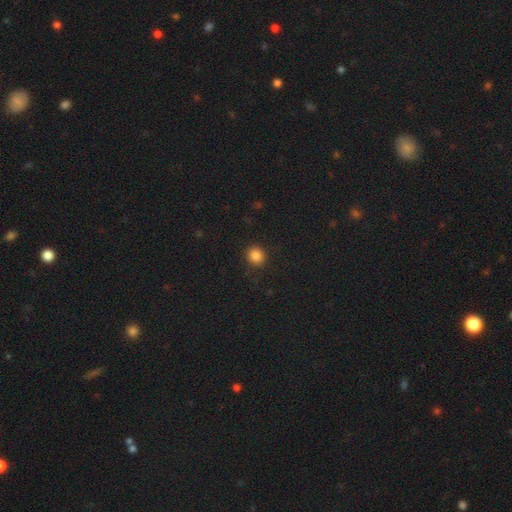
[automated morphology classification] smooth-or-featured: smooth: 85% | star or artifact: 12% | featured or disk: 4%
  how-rounded: round: 85% | in between: 14% | cigar-shaped: 1%
  merging: none: 89% | minor disturbance: 7% | major disturbance: 2% | merger: 1%